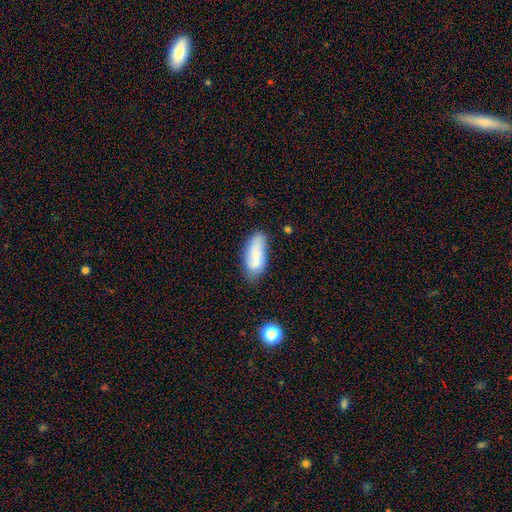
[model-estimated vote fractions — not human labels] This appears to be a smooth galaxy with no disk features (63%) that is in between round and cigar-shaped (82%). Merging: none (66%).